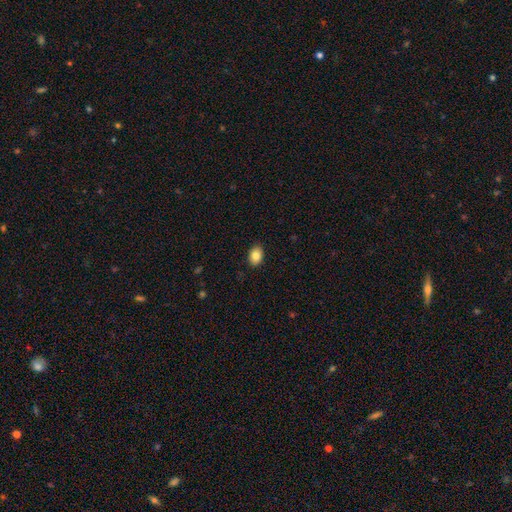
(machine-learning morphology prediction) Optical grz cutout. It shows a smooth galaxy with no disk features (85%) that is in between round and cigar-shaped (78%). Merging: none (89%).